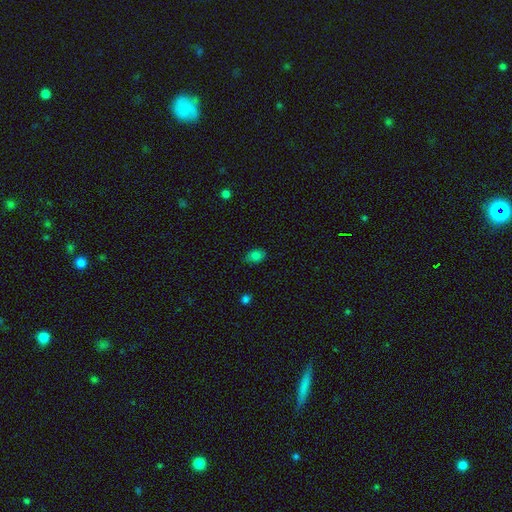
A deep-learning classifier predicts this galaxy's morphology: Q: Smooth or featured?
A: smooth (80%); runner-up: star or artifact (13%)
Q: How rounded?
A: in between (73%); runner-up: round (25%)
Q: Merging?
A: none (74%); runner-up: minor disturbance (21%)